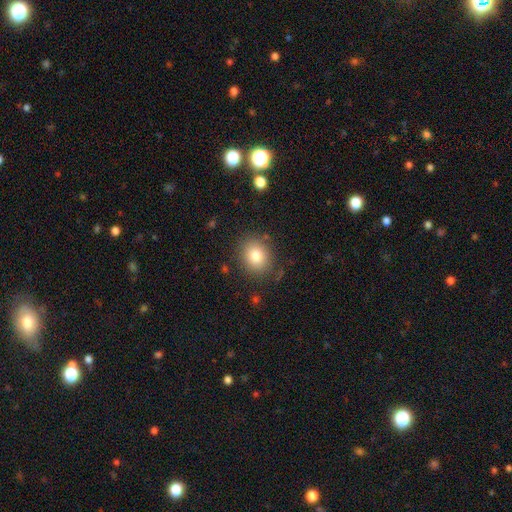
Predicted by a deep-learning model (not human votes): A smooth galaxy with no disk features (81%) that is round (67%). Merging: none (84%).